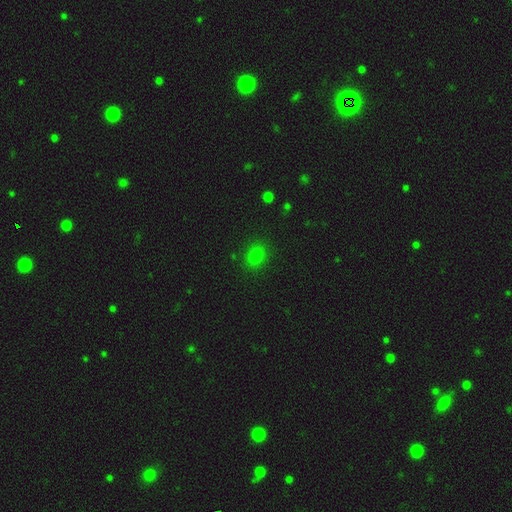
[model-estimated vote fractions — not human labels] Smooth or featured? Predicted: smooth (p=0.78). How rounded? Predicted: round (p=0.63). Merging? Predicted: none (p=0.87).